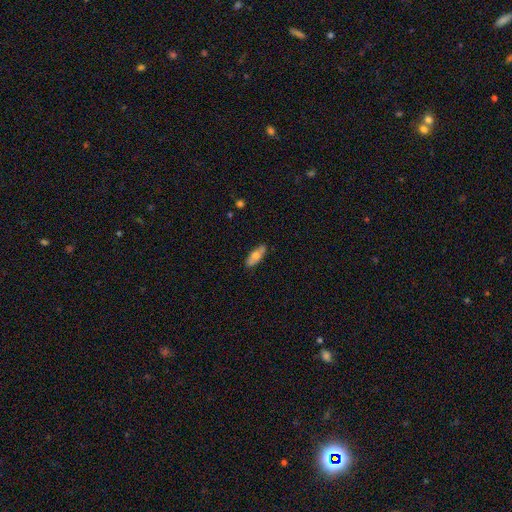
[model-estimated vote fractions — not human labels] Morphology: type=smooth (63%); roundness=in between (70%); merging=none (83%).